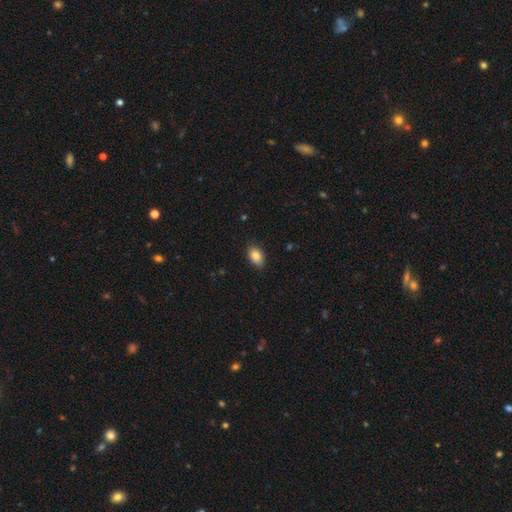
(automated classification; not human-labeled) smooth-or-featured: smooth: 85% | star or artifact: 8% | featured or disk: 7%
  how-rounded: in between: 88% | round: 10% | cigar-shaped: 2%
  merging: none: 82% | minor disturbance: 15% | major disturbance: 2% | merger: 1%